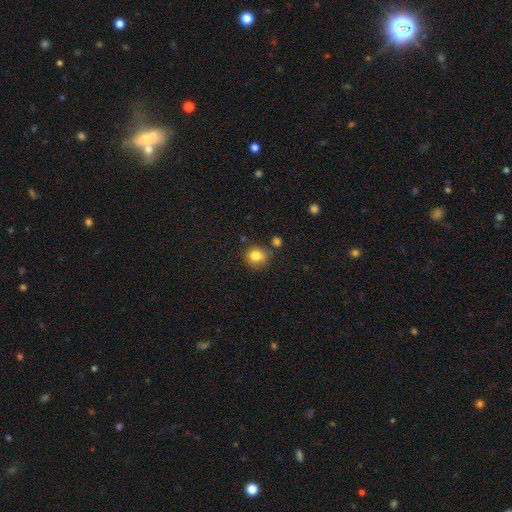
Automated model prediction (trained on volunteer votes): Smooth or featured?
  - smooth: 81% *
  - star or artifact: 11%
  - featured or disk: 8%
How rounded?
  - round: 79% *
  - in between: 20%
  - cigar-shaped: 1%
Merging?
  - none: 73% *
  - minor disturbance: 16%
  - merger: 7%
  - major disturbance: 4%